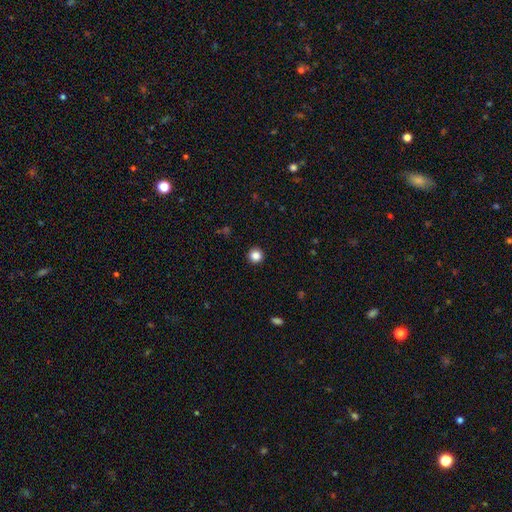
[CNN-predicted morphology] A smooth galaxy with no disk features (85%) that is round (95%).

Vote fractions:
- Smooth or featured? smooth: 85% / star or artifact: 11% / featured or disk: 4%
- How rounded? round: 95% / in between: 4% / cigar-shaped: 1%
- Merging? none: 93% / minor disturbance: 4% / major disturbance: 2% / merger: 1%